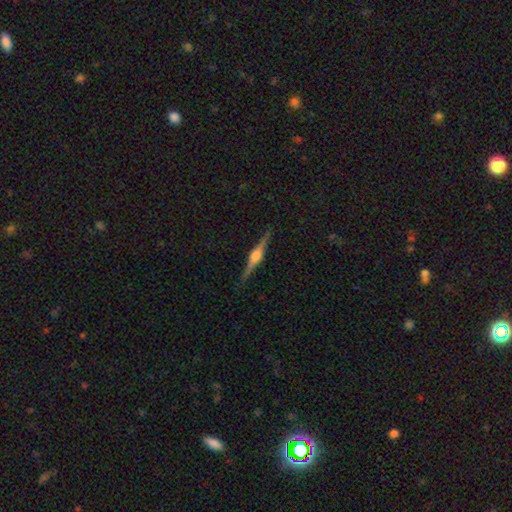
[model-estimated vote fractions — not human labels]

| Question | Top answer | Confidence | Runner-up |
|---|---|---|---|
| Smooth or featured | featured or disk | 85% | smooth (10%) |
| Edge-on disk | yes | 98% | no (2%) |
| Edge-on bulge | rounded | 89% | boxy (8%) |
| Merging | none | 91% | minor disturbance (7%) |